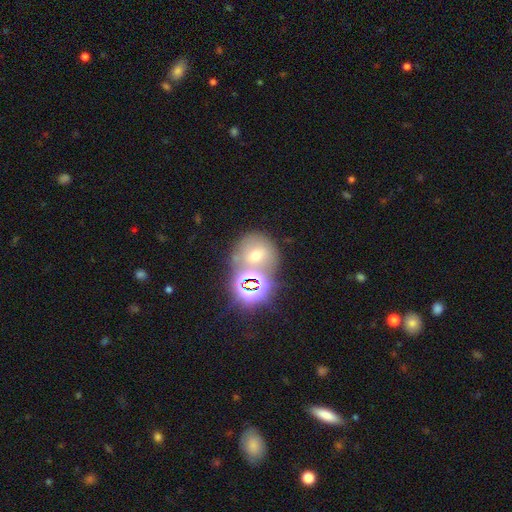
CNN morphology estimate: Overall: smooth (42%; star or artifact 38%). Merging: none (50%; merger 32%).